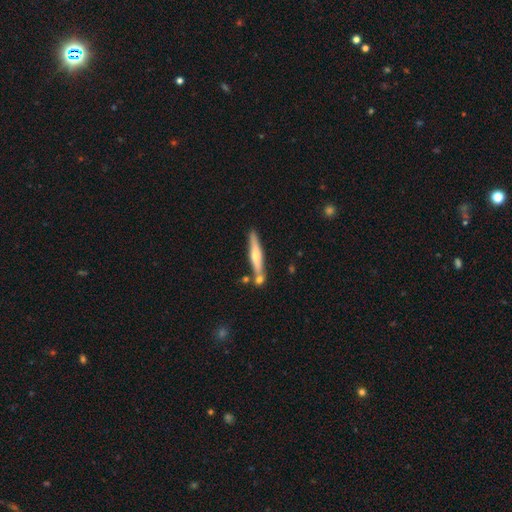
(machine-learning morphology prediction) A featured or disk galaxy (49%).

Vote fractions:
- Smooth or featured? featured or disk: 49% / smooth: 45% / star or artifact: 6%
- Merging? none: 73% / merger: 13% / minor disturbance: 12% / major disturbance: 3%